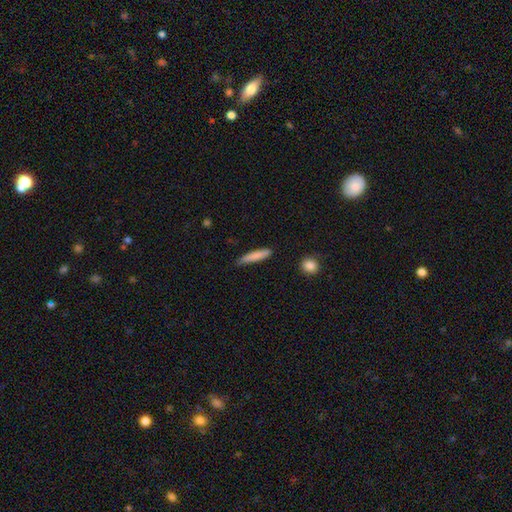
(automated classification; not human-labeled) smooth 80%, featured or disk 14%, star or artifact 6%. Down the decision tree: how rounded — cigar-shaped (90%); merging — none (80%).